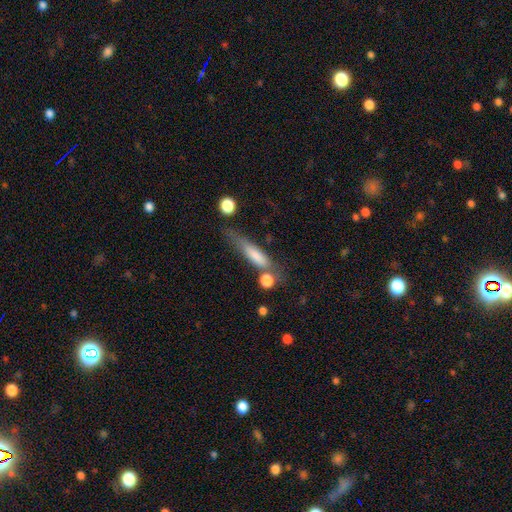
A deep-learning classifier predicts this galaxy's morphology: A smooth galaxy with no disk features (49%). Merging: none (59%).